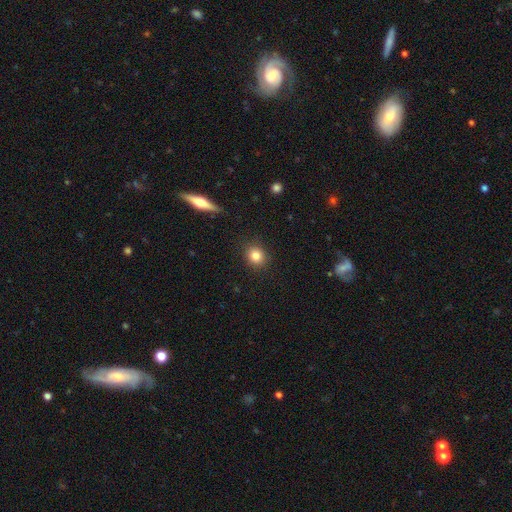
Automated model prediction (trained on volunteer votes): This is clearly a smooth galaxy (84%). How rounded: likely round (79%). Merging: clearly none (89%).